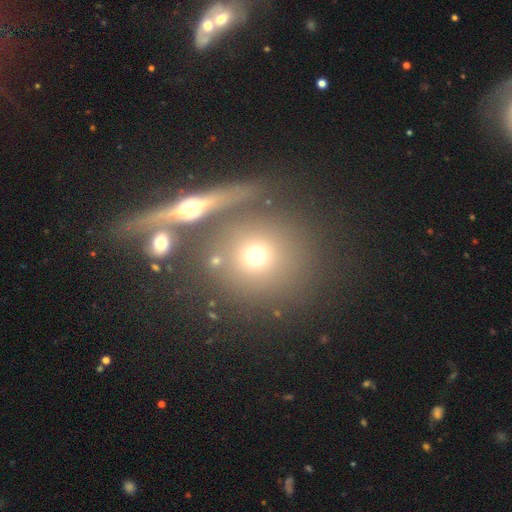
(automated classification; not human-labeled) This is likely a smooth galaxy (65%). How rounded: clearly round (87%). Merging: likely none (61%).